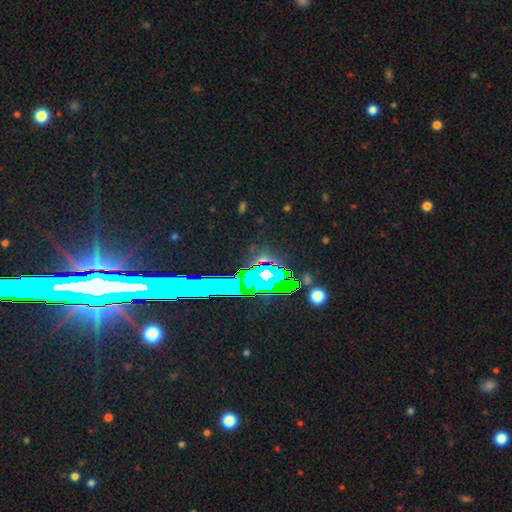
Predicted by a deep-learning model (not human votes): Q: Smooth or featured?
A: star or artifact (80%); runner-up: featured or disk (12%)